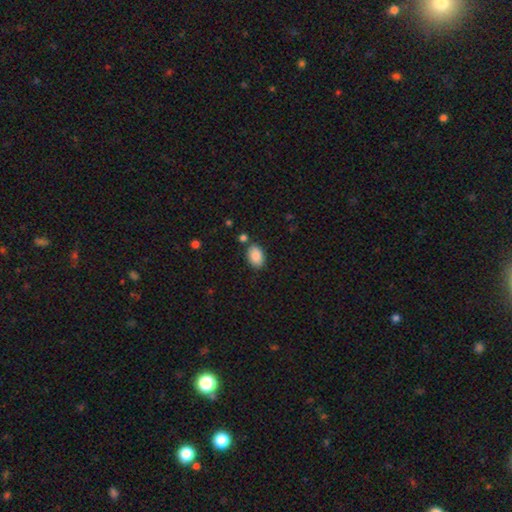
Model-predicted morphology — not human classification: This appears to be a smooth galaxy with no disk features (88%) that is in between round and cigar-shaped (91%). Merging: none (80%).